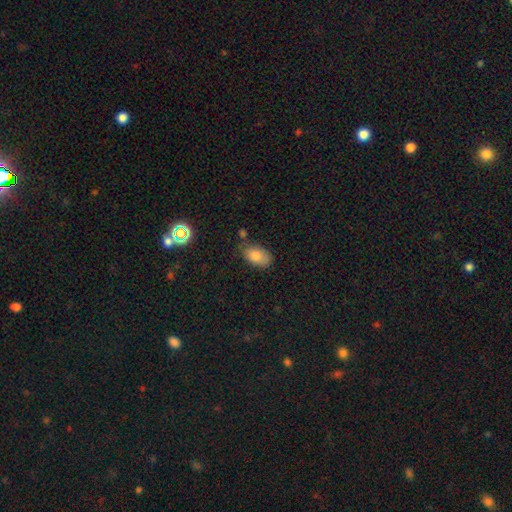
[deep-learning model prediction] Morphology: type=smooth (81%); roundness=in between (90%); merging=none (65%).